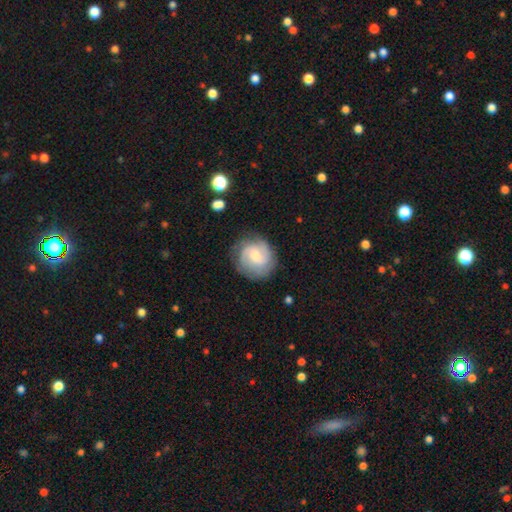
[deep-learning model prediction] smooth_or_featured: featured or disk (p=0.64) [alt: smooth p=0.29]
disk_edge_on: no (p=0.98) [alt: yes p=0.02]
bar: weak (p=0.58) [alt: no p=0.29]
has_spiral_arms: yes (p=0.91) [alt: no p=0.09]
spiral_winding: tight (p=0.42) [alt: medium p=0.41]
spiral_arm_count: 2 (p=0.48) [alt: can't tell p=0.25]
bulge_size: moderate (p=0.47) [alt: small p=0.43]
merging: none (p=0.76) [alt: minor disturbance p=0.16]